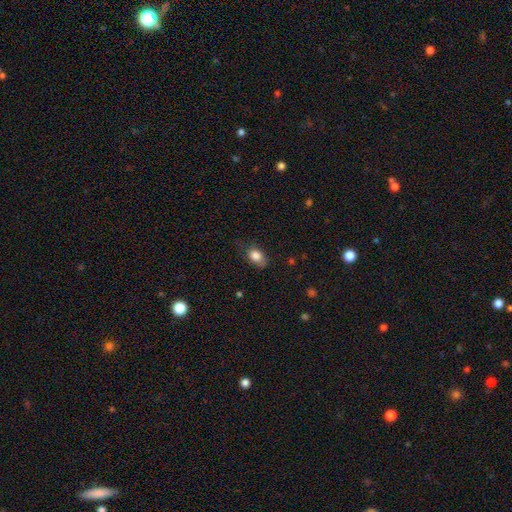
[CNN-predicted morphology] smooth 83%, featured or disk 9%, star or artifact 8%. Down the decision tree: how rounded — in between (77%); merging — none (61%).